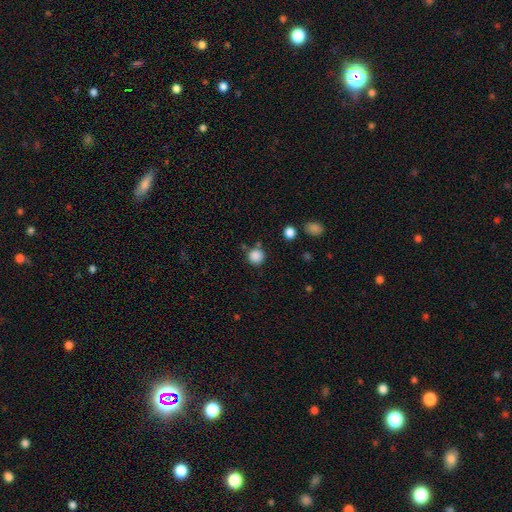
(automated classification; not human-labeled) Q: Smooth or featured?
A: smooth (86%); runner-up: star or artifact (11%)
Q: How rounded?
A: round (93%); runner-up: in between (6%)
Q: Merging?
A: none (81%); runner-up: minor disturbance (10%)